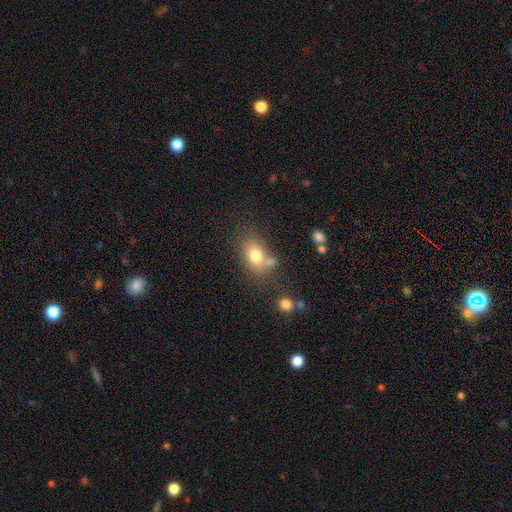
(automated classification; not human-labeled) Smooth or featured? Predicted: smooth (p=0.76). How rounded? Predicted: in between (p=0.78). Merging? Predicted: none (p=0.56).